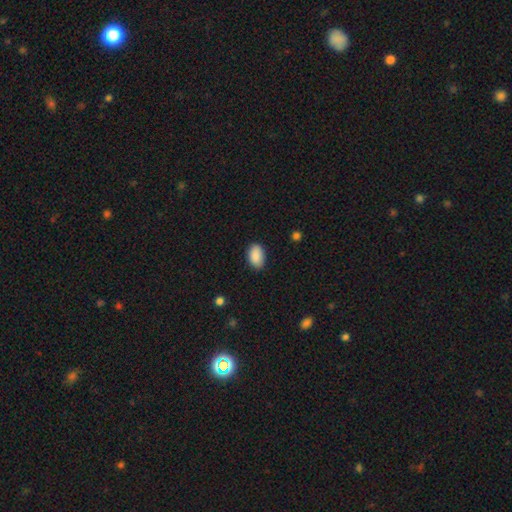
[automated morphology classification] smooth 90%, star or artifact 7%, featured or disk 4%. Down the decision tree: how rounded — in between (92%); merging — none (85%).